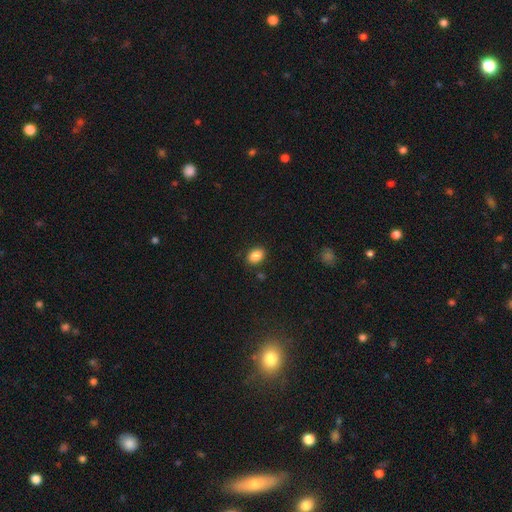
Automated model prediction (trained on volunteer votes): Smooth or featured?
  - smooth: 87% *
  - star or artifact: 8%
  - featured or disk: 5%
How rounded?
  - in between: 77% *
  - round: 22%
  - cigar-shaped: 1%
Merging?
  - none: 86% *
  - minor disturbance: 9%
  - major disturbance: 2%
  - merger: 2%